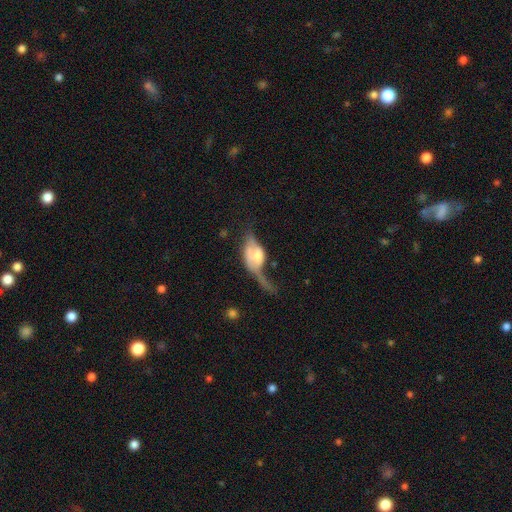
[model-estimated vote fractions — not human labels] smooth-or-featured: featured or disk: 54% | smooth: 38% | star or artifact: 8%
  disk-edge-on: no: 70% | yes: 30%
  merging: major disturbance: 50% | merger: 20% | none: 15% | minor disturbance: 14%